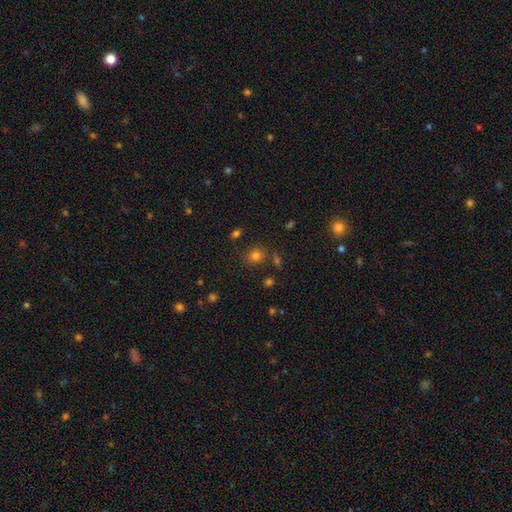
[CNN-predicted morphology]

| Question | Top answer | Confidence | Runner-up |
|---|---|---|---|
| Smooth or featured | smooth | 77% | star or artifact (16%) |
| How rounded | round | 70% | in between (29%) |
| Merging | none | 76% | minor disturbance (13%) |